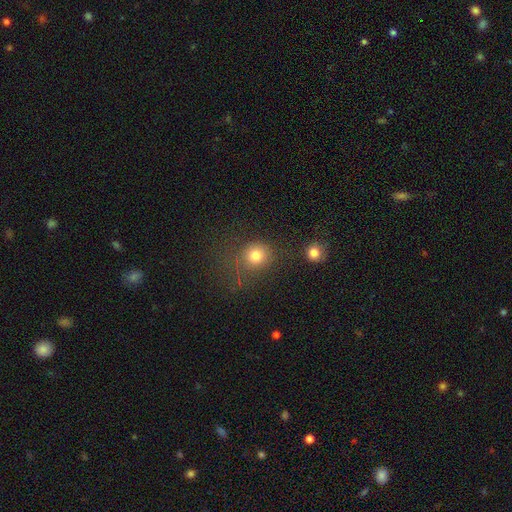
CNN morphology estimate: Overall: smooth (79%). How rounded: round (84%). Merging: none (69%).